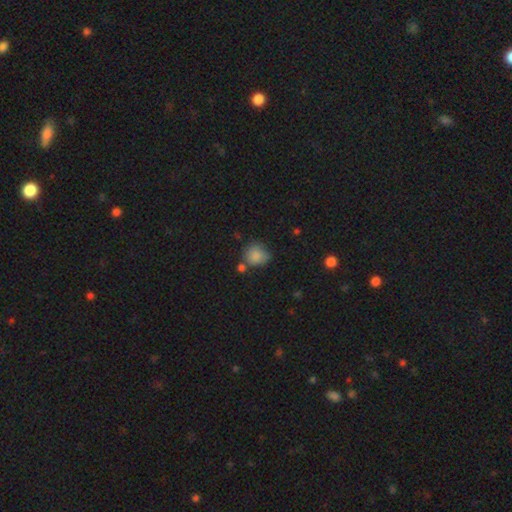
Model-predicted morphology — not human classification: This appears to be a smooth galaxy with no disk features (84%) that is round (79%). Merging: none (56%).